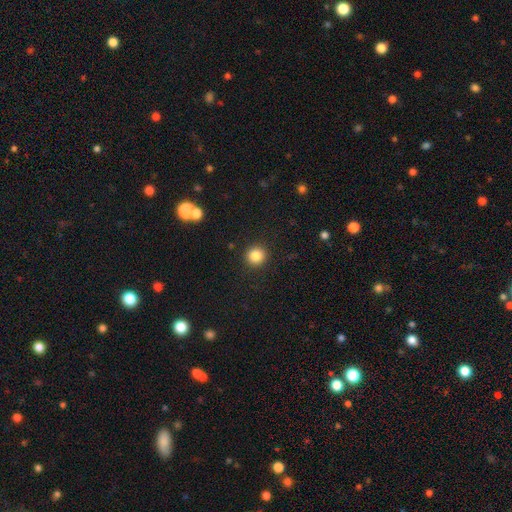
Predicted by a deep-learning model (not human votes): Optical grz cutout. It shows a smooth galaxy with no disk features (85%) that is round (93%). Merging: none (91%).